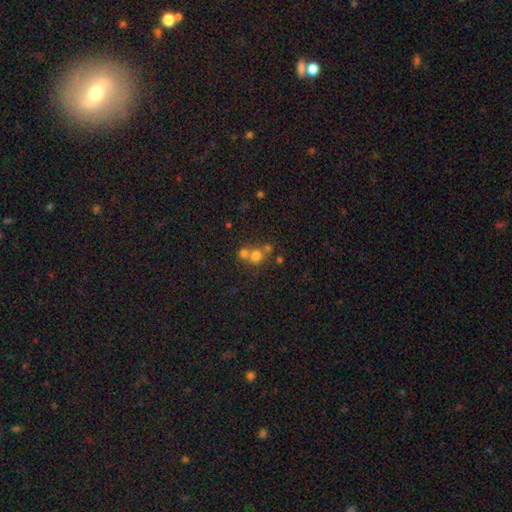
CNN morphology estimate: This is likely a smooth galaxy (71%). How rounded: clearly round (84%). Merging: possibly merger (48%).